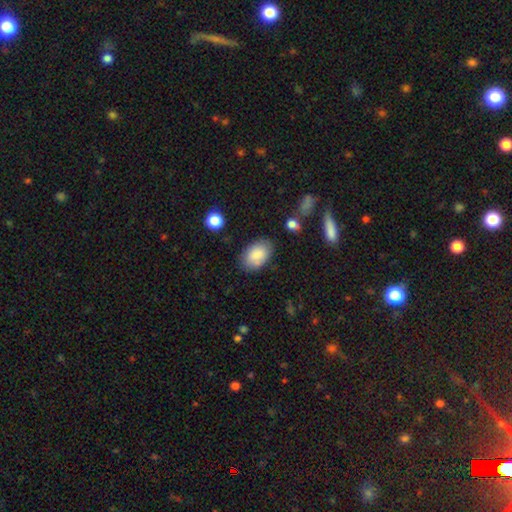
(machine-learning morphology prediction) smooth 85%, featured or disk 8%, star or artifact 7%. Down the decision tree: how rounded — in between (91%); merging — none (78%).